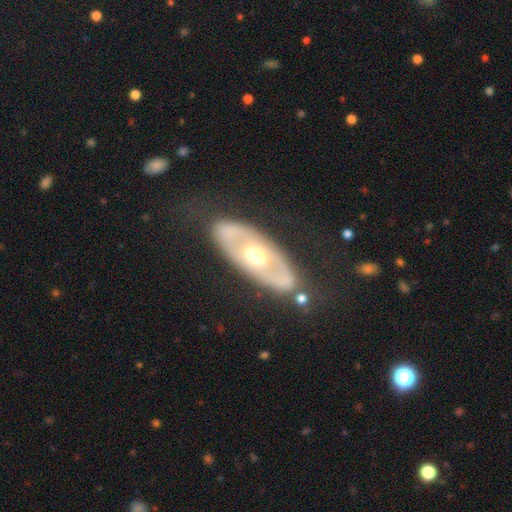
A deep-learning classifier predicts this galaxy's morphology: Smooth or featured? featured or disk (63%)
Edge-on disk? no (81%)
Bar? no (85%)
Spiral arms? no (86%)
Bulge size? moderate (72%)
Merging? none (78%)